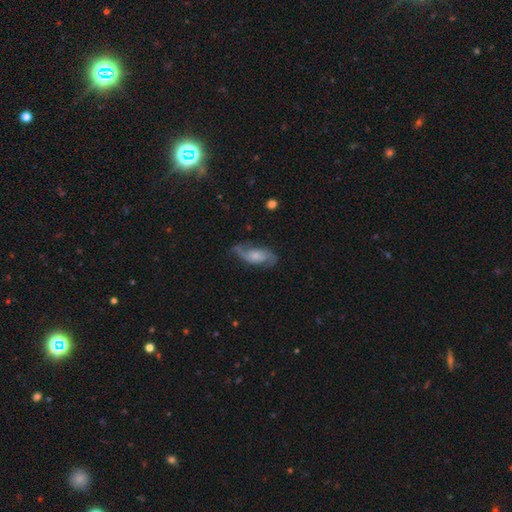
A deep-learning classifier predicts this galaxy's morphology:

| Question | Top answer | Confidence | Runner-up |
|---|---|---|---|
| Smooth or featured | featured or disk | 76% | smooth (18%) |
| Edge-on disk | no | 94% | yes (6%) |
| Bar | no | 61% | weak (31%) |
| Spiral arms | yes | 94% | no (6%) |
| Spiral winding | medium | 43% | loose (40%) |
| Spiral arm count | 2 | 87% | can't tell (6%) |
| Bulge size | small | 42% | moderate (30%) |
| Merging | none | 69% | minor disturbance (19%) |